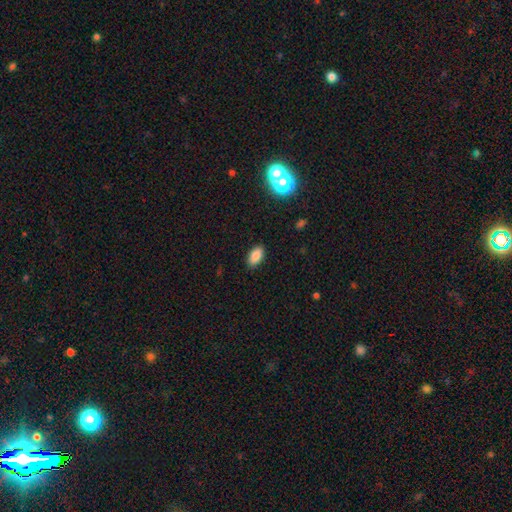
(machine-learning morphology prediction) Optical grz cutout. It shows a smooth galaxy with no disk features (85%) that is in between round and cigar-shaped (92%). Merging: none (88%).